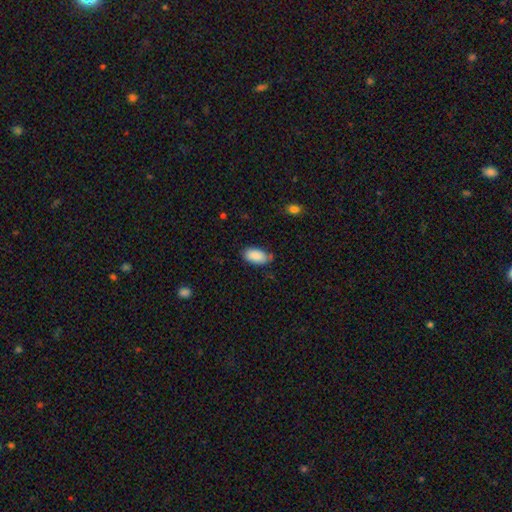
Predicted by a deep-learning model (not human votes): Overall: smooth (89%). How rounded: in between (94%). Merging: none (73%).